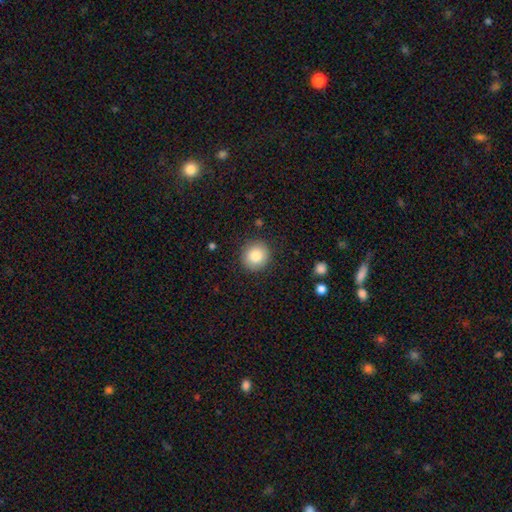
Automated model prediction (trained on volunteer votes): Smooth or featured?
  - smooth: 85% *
  - star or artifact: 9%
  - featured or disk: 7%
How rounded?
  - round: 90% *
  - in between: 9%
  - cigar-shaped: 1%
Merging?
  - none: 89% *
  - minor disturbance: 7%
  - major disturbance: 2%
  - merger: 1%